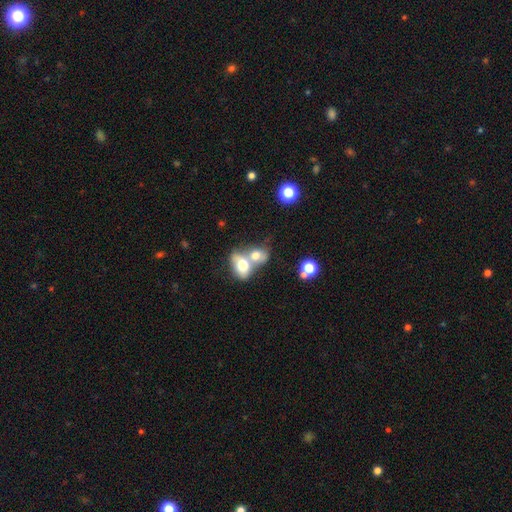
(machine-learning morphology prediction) Smooth or featured? smooth (71%)
How rounded? in between (69%)
Merging? merger (73%)